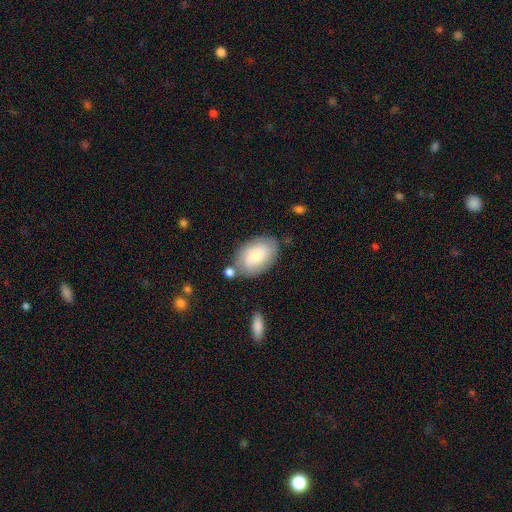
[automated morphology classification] smooth-or-featured: smooth: 72% | featured or disk: 21% | star or artifact: 6%
  how-rounded: in between: 89% | round: 10% | cigar-shaped: 1%
  merging: none: 72% | minor disturbance: 17% | merger: 7% | major disturbance: 4%